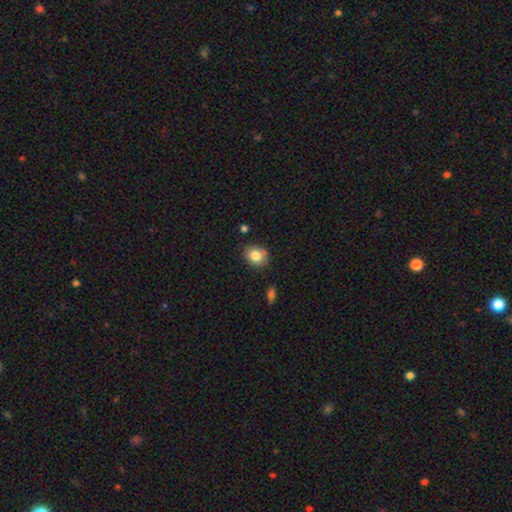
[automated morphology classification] type=smooth (82%); roundness=round (56%); merging=none (78%).